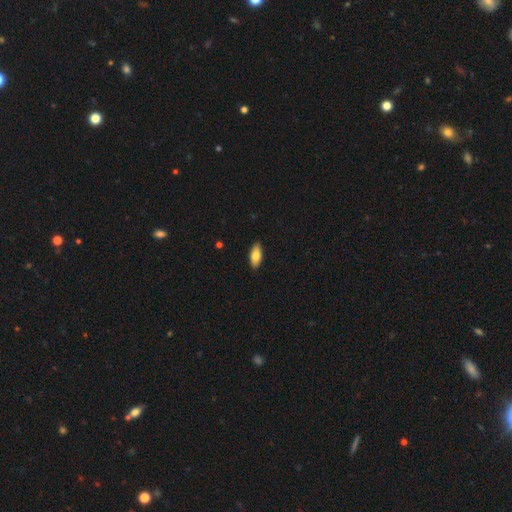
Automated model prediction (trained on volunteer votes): Smooth or featured?
  - smooth: 80% *
  - featured or disk: 13%
  - star or artifact: 6%
How rounded?
  - in between: 85% *
  - cigar-shaped: 13%
  - round: 2%
Merging?
  - none: 89% *
  - minor disturbance: 9%
  - major disturbance: 2%
  - merger: 1%